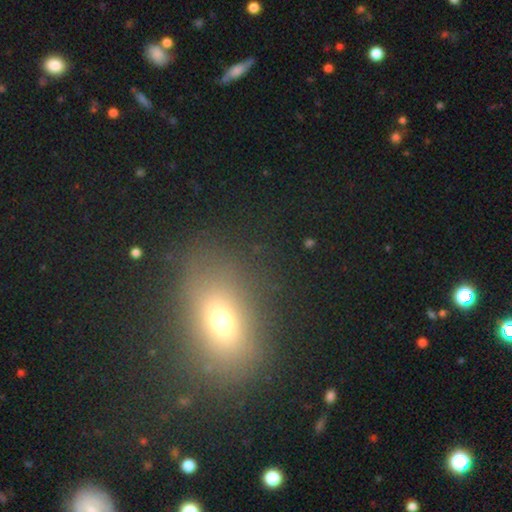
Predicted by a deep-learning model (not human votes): A smooth galaxy with no disk features (59%) that is in between round and cigar-shaped (68%).

Vote fractions:
- Smooth or featured? smooth: 59% / star or artifact: 26% / featured or disk: 15%
- How rounded? in between: 68% / round: 27% / cigar-shaped: 6%
- Merging? none: 79% / minor disturbance: 12% / major disturbance: 6% / merger: 3%